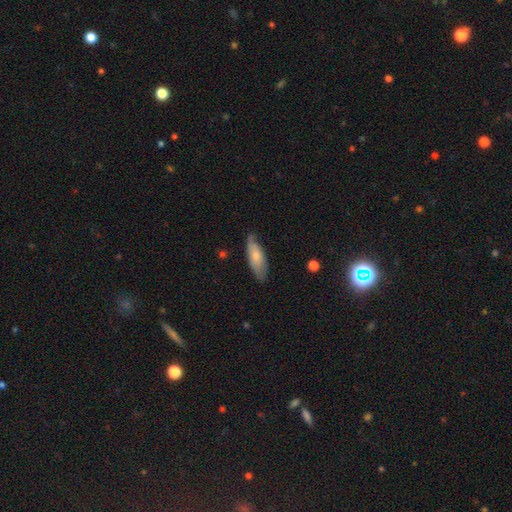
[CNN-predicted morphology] smooth_or_featured: smooth (p=0.63) [alt: featured or disk p=0.31]
how_rounded: in between (p=0.67) [alt: cigar-shaped p=0.31]
merging: none (p=0.67) [alt: minor disturbance p=0.26]